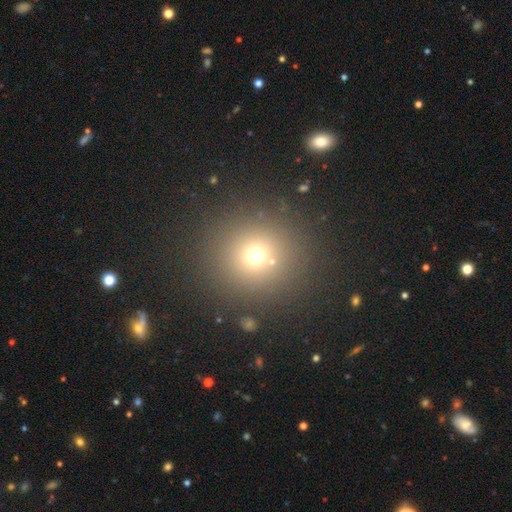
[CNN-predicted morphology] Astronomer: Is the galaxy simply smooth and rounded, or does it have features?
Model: smooth — 67%.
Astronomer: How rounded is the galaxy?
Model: round — 91%.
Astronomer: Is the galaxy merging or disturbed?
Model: none — 84%.